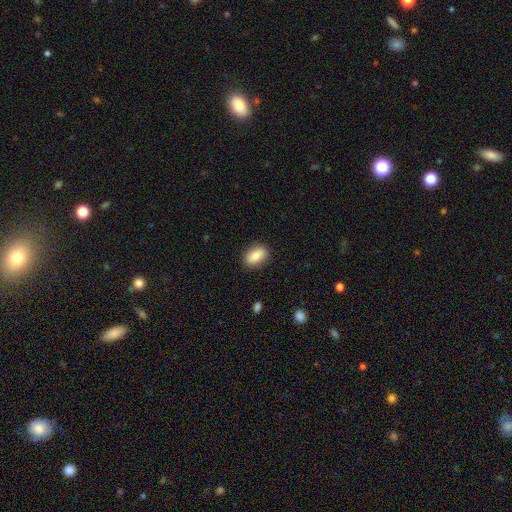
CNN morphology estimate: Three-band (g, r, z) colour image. It shows a smooth galaxy with no disk features (86%) that is in between round and cigar-shaped (88%). Merging: none (88%).